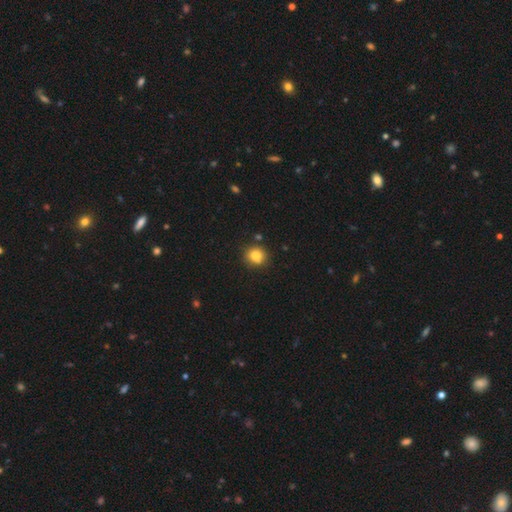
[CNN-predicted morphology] smooth 84%, star or artifact 11%, featured or disk 5%. Down the decision tree: how rounded — round (86%); merging — none (82%).